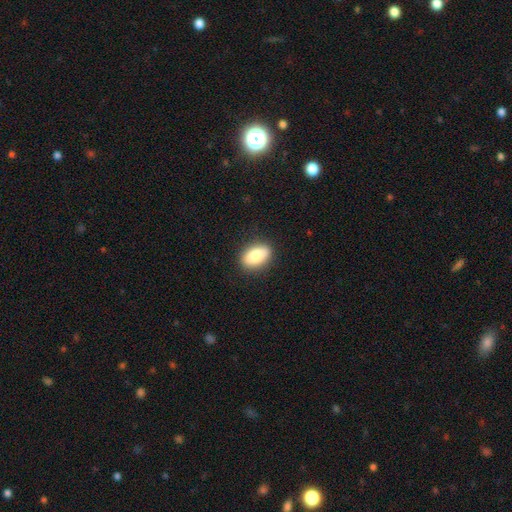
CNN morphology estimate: A smooth galaxy with no disk features (83%) that is in between round and cigar-shaped (85%).

Vote fractions:
- Smooth or featured? smooth: 83% / featured or disk: 10% / star or artifact: 7%
- How rounded? in between: 85% / round: 11% / cigar-shaped: 4%
- Merging? none: 87% / minor disturbance: 10% / major disturbance: 2% / merger: 1%